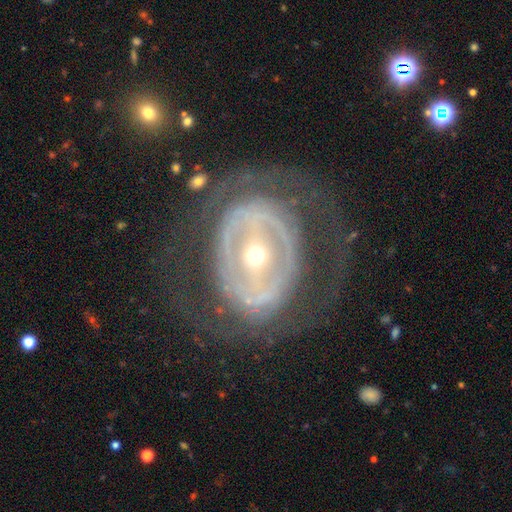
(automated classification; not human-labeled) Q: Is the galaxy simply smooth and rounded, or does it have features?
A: featured or disk — 80%.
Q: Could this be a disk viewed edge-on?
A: no — 94%.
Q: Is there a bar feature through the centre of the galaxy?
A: strong — 48%.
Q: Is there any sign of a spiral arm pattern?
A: no — 60%.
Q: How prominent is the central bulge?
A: moderate — 52%.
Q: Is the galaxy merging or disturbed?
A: none — 64%.